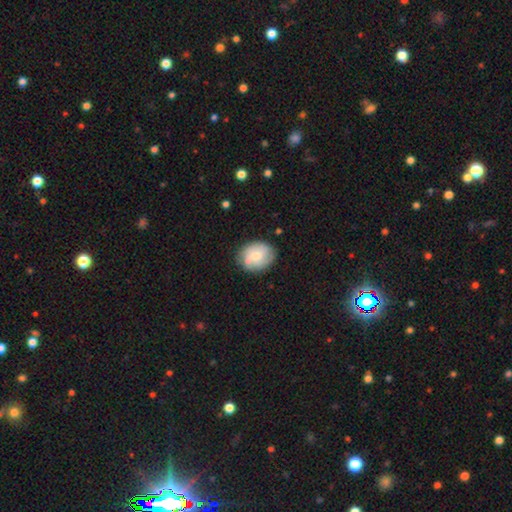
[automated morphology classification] smooth 56%, featured or disk 37%, star or artifact 7%. Down the decision tree: how rounded — round (56%); merging — none (72%).